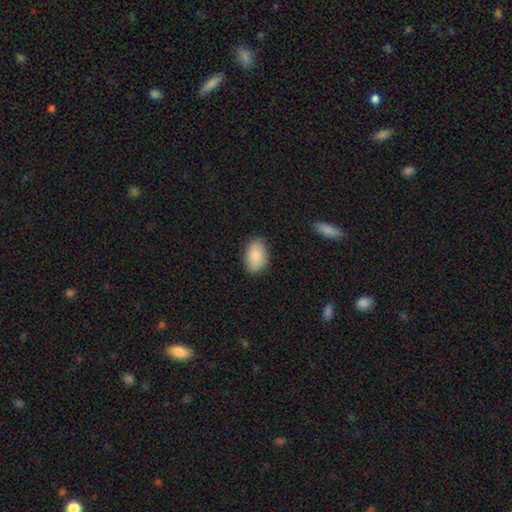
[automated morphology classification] type=smooth (88%); roundness=in between (90%); merging=none (86%).